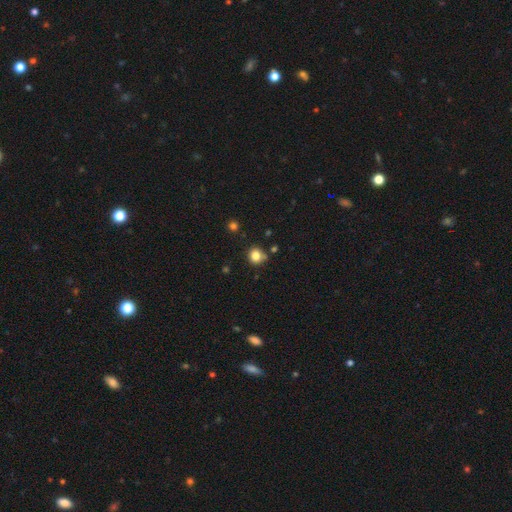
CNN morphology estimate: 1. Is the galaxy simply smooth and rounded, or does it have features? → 81% smooth, 13% star or artifact, 6% featured or disk.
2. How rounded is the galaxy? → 89% round, 10% in between, 1% cigar-shaped.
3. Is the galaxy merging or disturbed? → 76% none, 13% minor disturbance, 7% merger, 3% major disturbance.